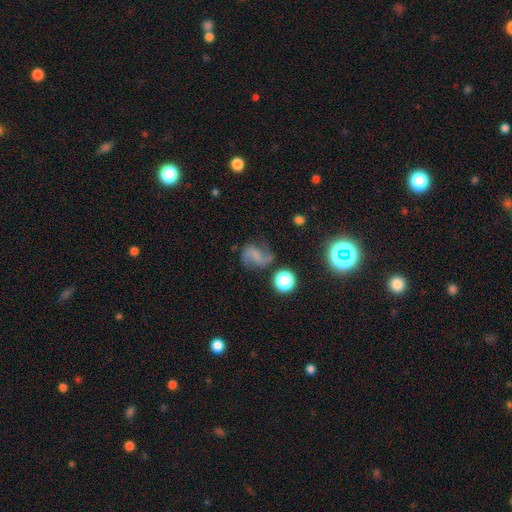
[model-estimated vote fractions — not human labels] Q: Smooth or featured?
A: featured or disk (67%); runner-up: smooth (19%)
Q: Edge-on disk?
A: no (98%); runner-up: yes (2%)
Q: Bar?
A: weak (40%); runner-up: no (39%)
Q: Spiral arms?
A: yes (93%); runner-up: no (7%)
Q: Spiral winding?
A: loose (63%); runner-up: medium (30%)
Q: Spiral arm count?
A: 2 (90%); runner-up: 1 (3%)
Q: Bulge size?
A: none (58%); runner-up: small (23%)
Q: Merging?
A: none (64%); runner-up: minor disturbance (19%)